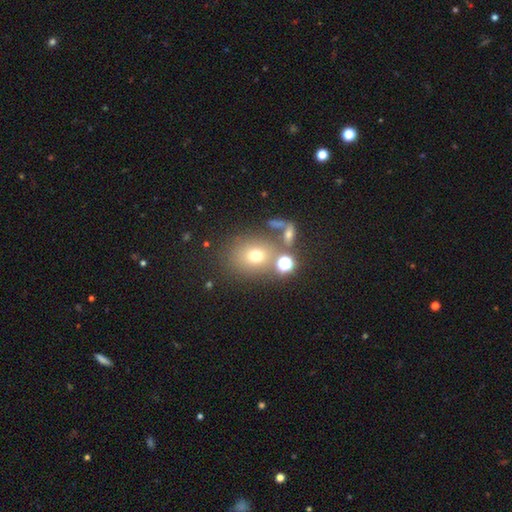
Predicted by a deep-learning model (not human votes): smooth-or-featured: smooth: 67% | star or artifact: 18% | featured or disk: 15%
  how-rounded: round: 66% | in between: 33% | cigar-shaped: 1%
  merging: none: 64% | merger: 16% | minor disturbance: 13% | major disturbance: 7%